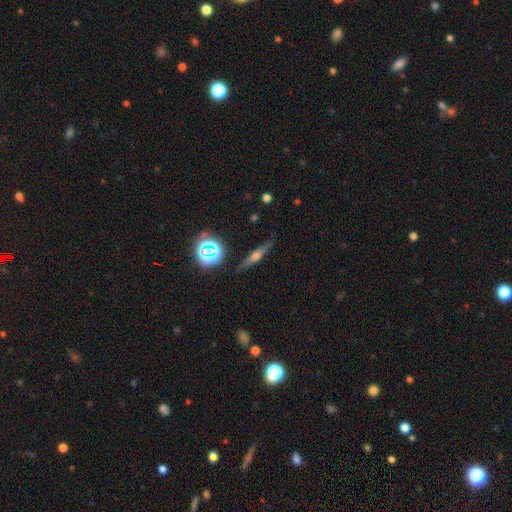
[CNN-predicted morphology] Smooth or featured? Predicted: featured or disk (p=0.53). Edge-on disk? Predicted: yes (p=0.94). Merging? Predicted: none (p=0.87).